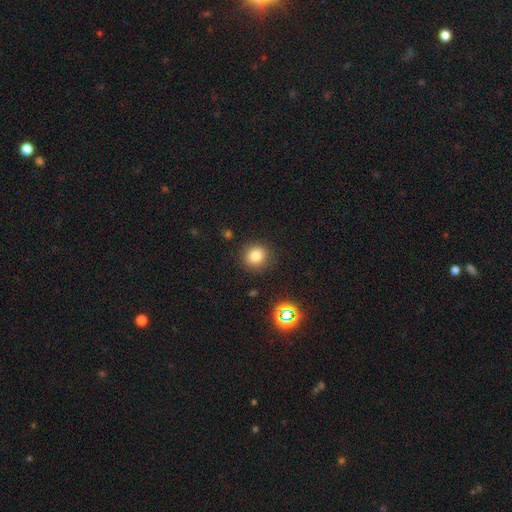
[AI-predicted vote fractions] smooth-or-featured: smooth: 79% | star or artifact: 14% | featured or disk: 6%
  how-rounded: round: 90% | in between: 9% | cigar-shaped: 1%
  merging: none: 88% | minor disturbance: 8% | major disturbance: 3% | merger: 2%